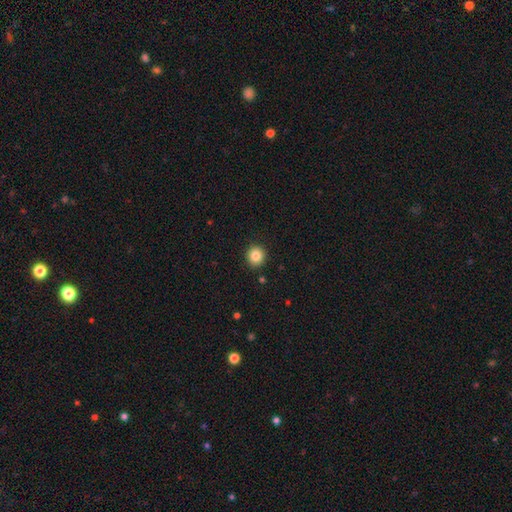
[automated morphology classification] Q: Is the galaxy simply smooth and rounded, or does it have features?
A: smooth — 84%.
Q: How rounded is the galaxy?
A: round — 90%.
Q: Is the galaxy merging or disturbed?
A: none — 92%.